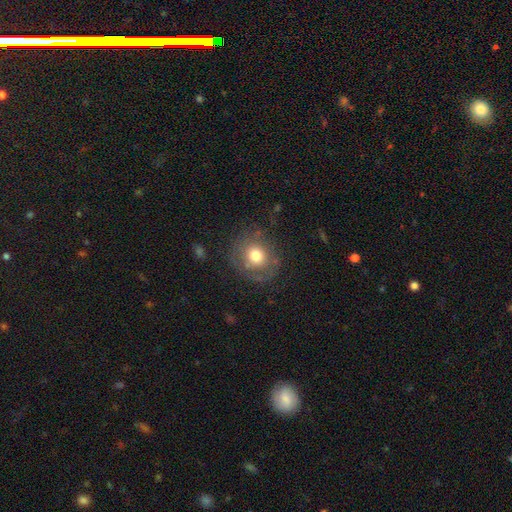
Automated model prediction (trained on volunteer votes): A smooth galaxy with no disk features (67%) that is round (83%).

Vote fractions:
- Smooth or featured? smooth: 67% / featured or disk: 23% / star or artifact: 10%
- How rounded? round: 83% / in between: 16% / cigar-shaped: 1%
- Merging? none: 73% / minor disturbance: 16% / major disturbance: 9% / merger: 2%